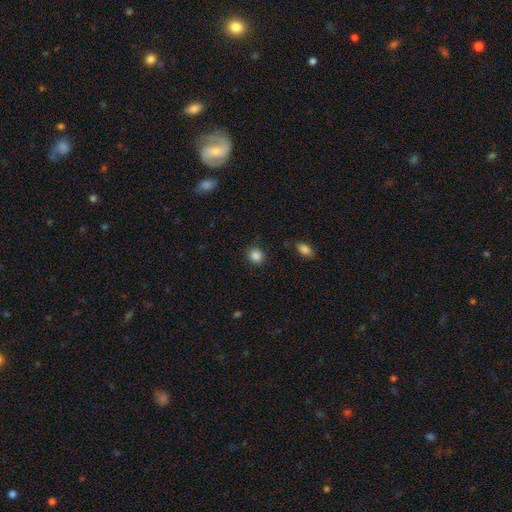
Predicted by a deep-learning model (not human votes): A smooth galaxy with no disk features (87%) that is round (84%). Merging: none (86%).